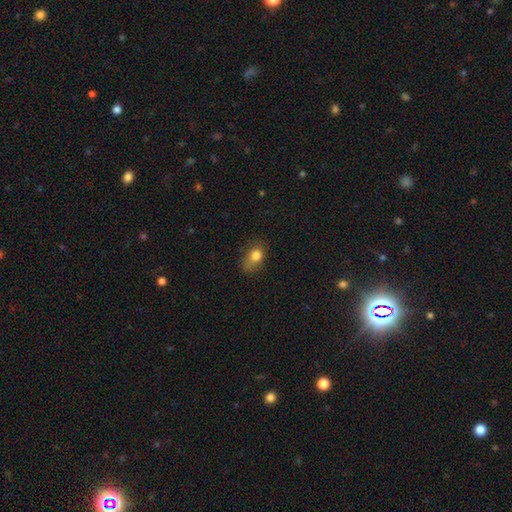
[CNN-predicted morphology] smooth-or-featured: smooth: 80% | star or artifact: 11% | featured or disk: 10%
  how-rounded: in between: 67% | round: 31% | cigar-shaped: 2%
  merging: none: 51% | minor disturbance: 32% | major disturbance: 14% | merger: 2%